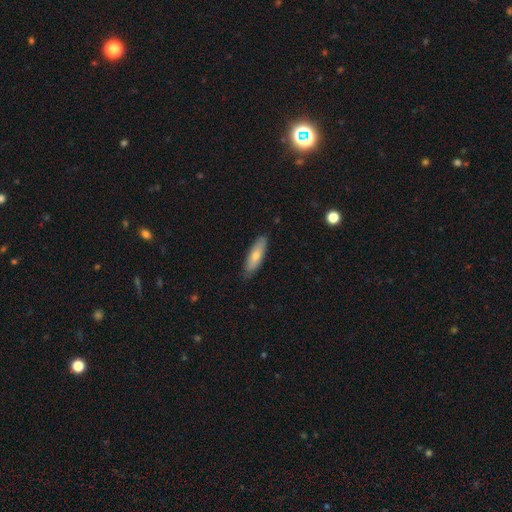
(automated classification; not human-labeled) This is likely a smooth galaxy (73%). How rounded: possibly in between (49%, tied with cigar-shaped). Merging: clearly none (85%).